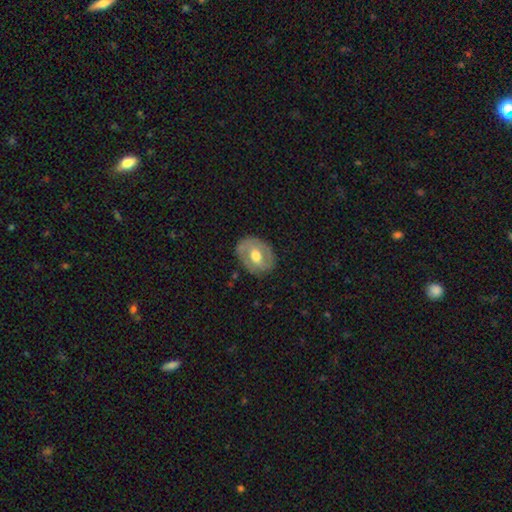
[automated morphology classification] The model was most divided on "smooth or featured": featured or disk: 53%, smooth: 41%, star or artifact: 6%. More confident: edge-on disk — no (94%); merging — none (78%).